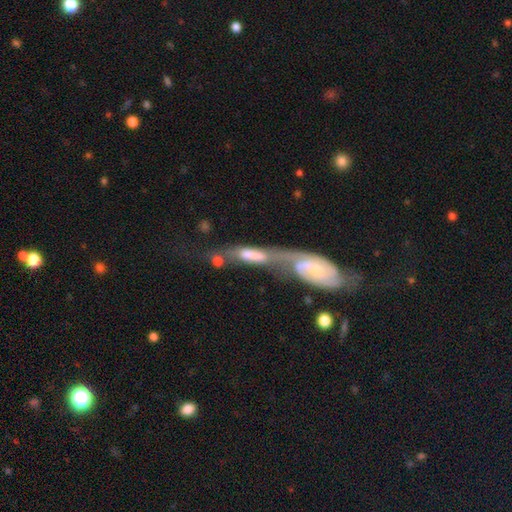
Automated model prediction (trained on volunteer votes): This is possibly a featured or disk galaxy (58%). It is likely not viewed edge-on (76%). Merging: likely merger (76%).